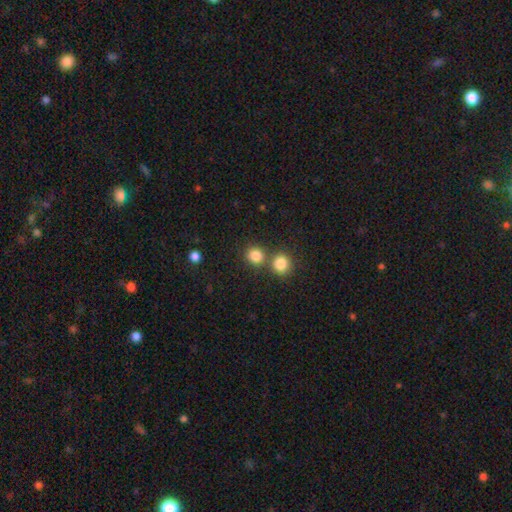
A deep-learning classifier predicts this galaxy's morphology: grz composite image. It shows a smooth galaxy with no disk features (84%) that is round (86%). Merging: none (64%).